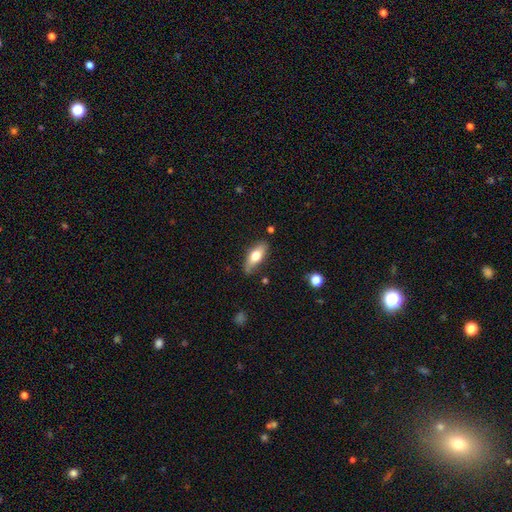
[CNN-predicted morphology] Smooth or featured? smooth (65%)
How rounded? in between (72%)
Merging? none (78%)